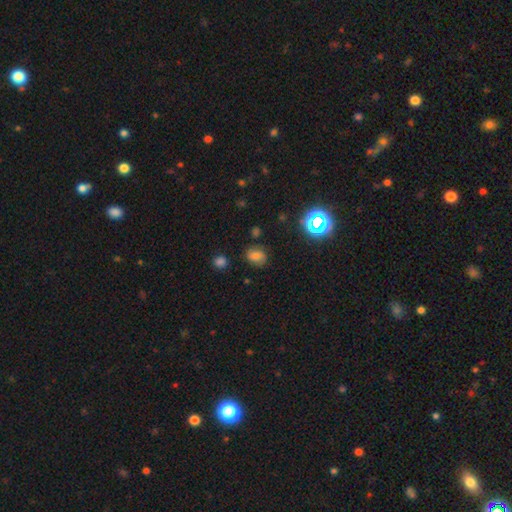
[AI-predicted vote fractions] Morphology: type=smooth (65%); roundness=in between (56%); merging=none (76%).